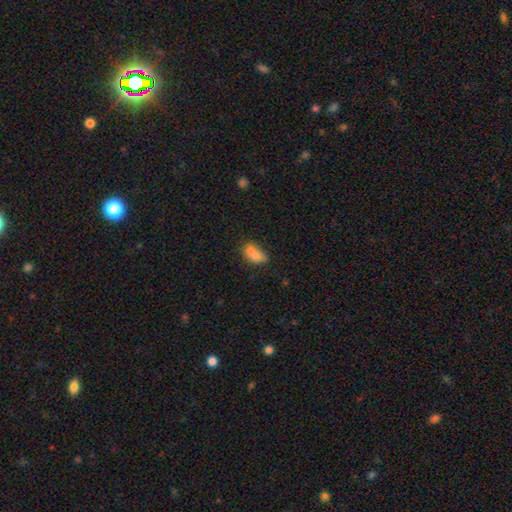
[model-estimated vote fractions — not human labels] smooth 83%, star or artifact 9%, featured or disk 8%. Down the decision tree: how rounded — in between (89%); merging — none (56%).